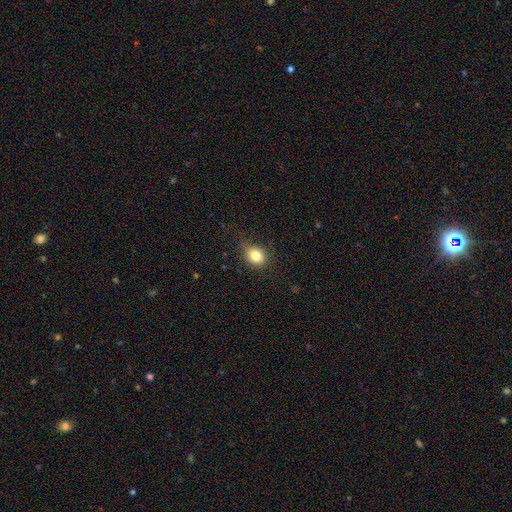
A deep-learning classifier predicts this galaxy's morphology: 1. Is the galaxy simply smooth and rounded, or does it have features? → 82% smooth, 11% star or artifact, 8% featured or disk.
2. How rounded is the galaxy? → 52% round, 47% in between, 1% cigar-shaped.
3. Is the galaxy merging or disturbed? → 78% none, 17% minor disturbance, 4% major disturbance, 1% merger.